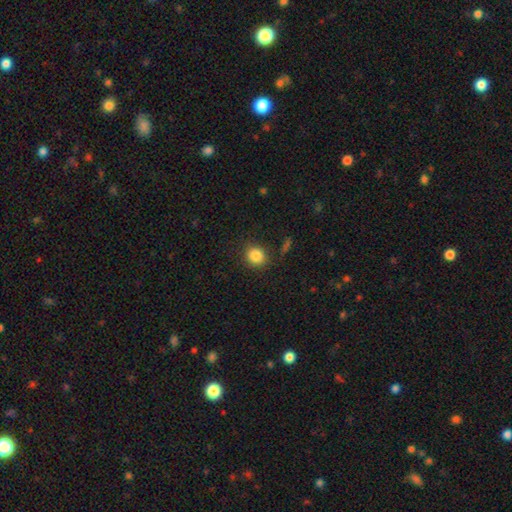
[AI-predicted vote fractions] The model was most divided on "how rounded": round: 81%, in between: 18%, cigar-shaped: 1%. More confident: merging — none (86%); smooth or featured — smooth (85%).